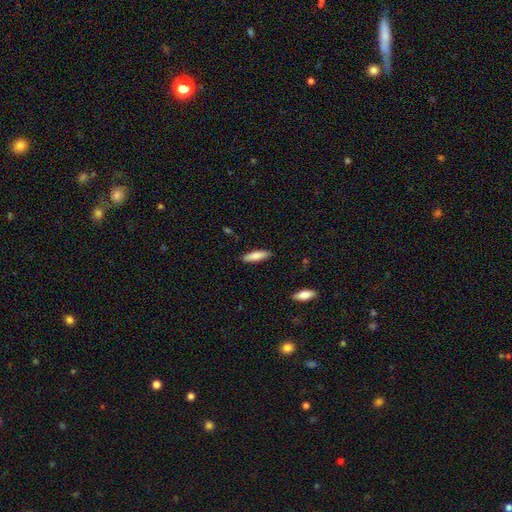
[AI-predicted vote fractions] A smooth galaxy with no disk features (81%) that is cigar-shaped (64%). Merging: none (89%).